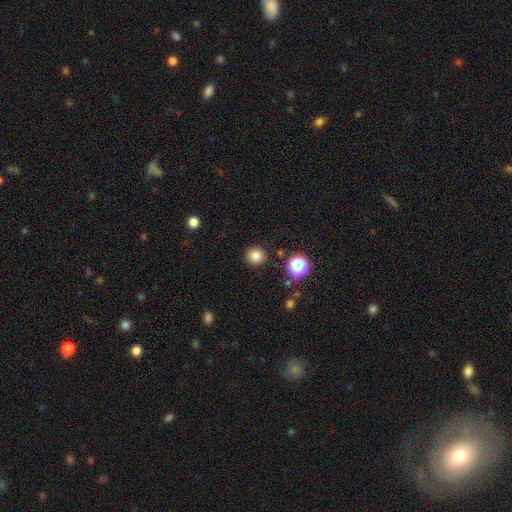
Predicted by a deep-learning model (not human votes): Smooth or featured: smooth — 82% (star or artifact — 13%)
How rounded: round — 93% (in between — 6%)
Merging: none — 90% (minor disturbance — 6%)